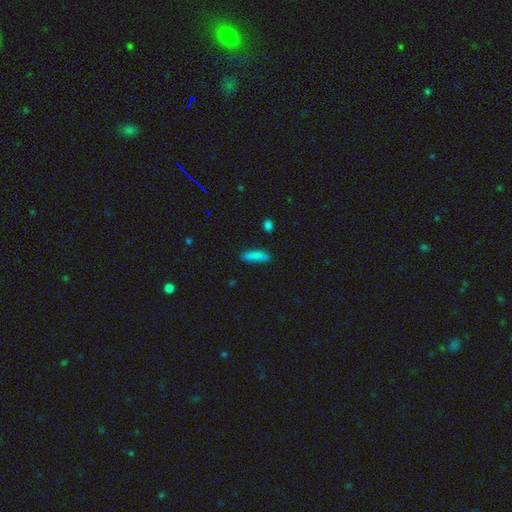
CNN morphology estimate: Smooth or featured?
  - smooth: 85% *
  - star or artifact: 8%
  - featured or disk: 7%
How rounded?
  - cigar-shaped: 63% *
  - in between: 35%
  - round: 2%
Merging?
  - none: 79% *
  - minor disturbance: 15%
  - major disturbance: 3%
  - merger: 2%